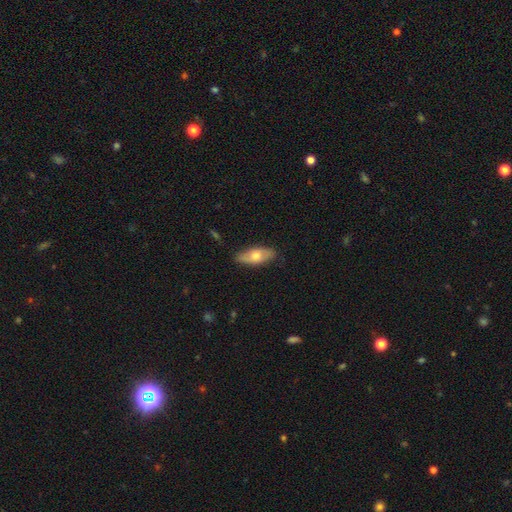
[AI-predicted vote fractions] A smooth galaxy with no disk features (59%) that is in between round and cigar-shaped (75%). Merging: none (82%).